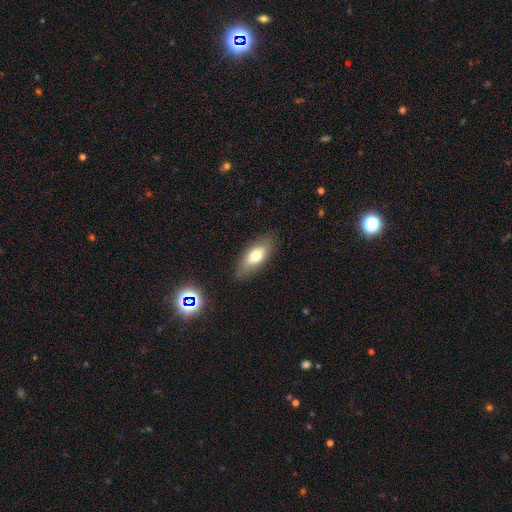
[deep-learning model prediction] Smooth or featured?
  - smooth: 68% *
  - featured or disk: 24%
  - star or artifact: 8%
How rounded?
  - in between: 83% *
  - cigar-shaped: 14%
  - round: 4%
Merging?
  - none: 83% *
  - minor disturbance: 12%
  - major disturbance: 3%
  - merger: 1%